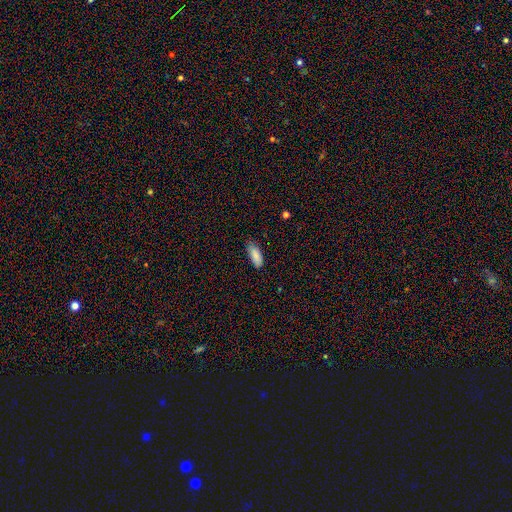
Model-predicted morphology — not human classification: Smooth or featured: smooth — 87% (star or artifact — 7%)
How rounded: in between — 81% (cigar-shaped — 17%)
Merging: none — 73% (minor disturbance — 22%)